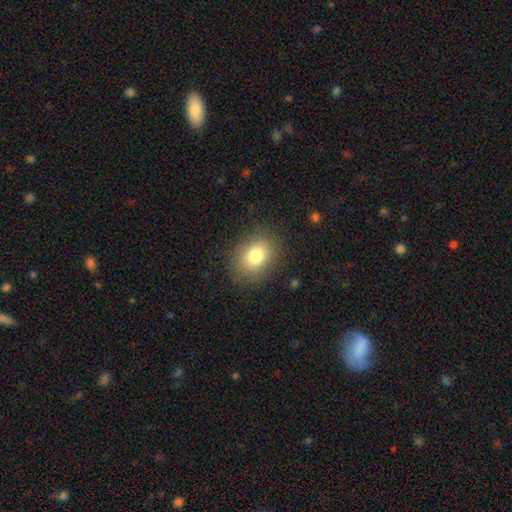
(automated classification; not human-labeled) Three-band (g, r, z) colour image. It shows a smooth galaxy with no disk features (80%) that is in between round and cigar-shaped (59%). Merging: none (84%).